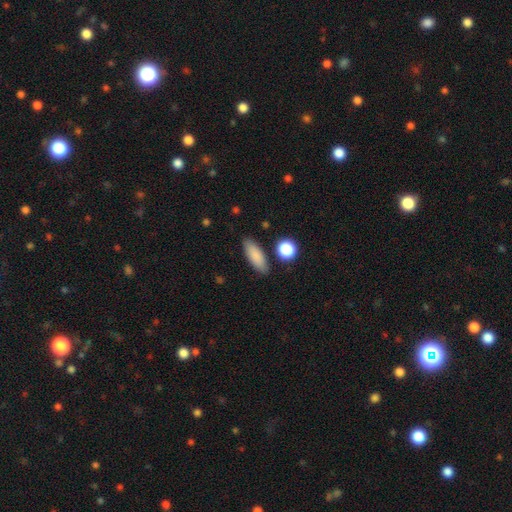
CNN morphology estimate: A smooth galaxy with no disk features (85%) that is in between round and cigar-shaped (66%). Merging: none (84%).